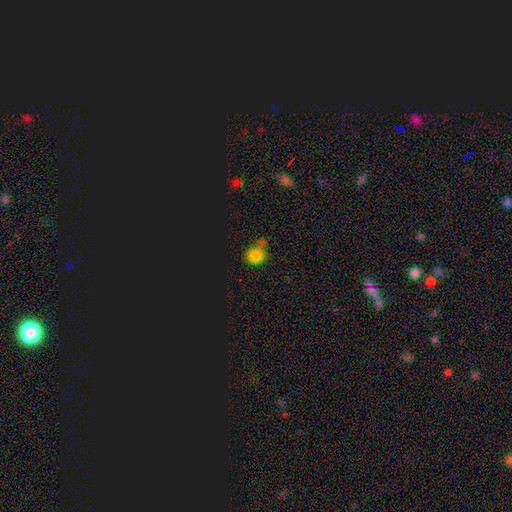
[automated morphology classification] The model was most divided on "merging": none: 52%, merger: 24%, minor disturbance: 17%, major disturbance: 7%. More confident: how rounded — round (83%); smooth or featured — smooth (72%).